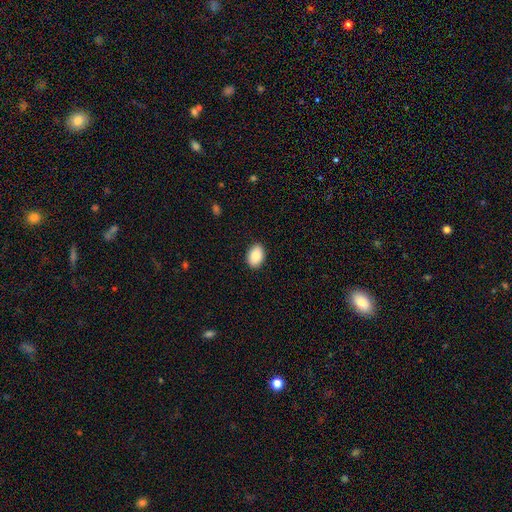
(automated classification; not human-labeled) This appears to be a smooth galaxy with no disk features (88%) that is in between round and cigar-shaped (84%). Merging: none (89%).